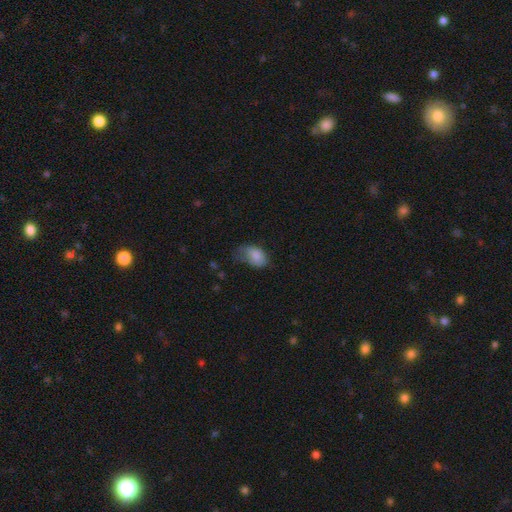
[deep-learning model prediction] Morphology: type=smooth (80%); roundness=in between (87%); merging=minor disturbance (40%).